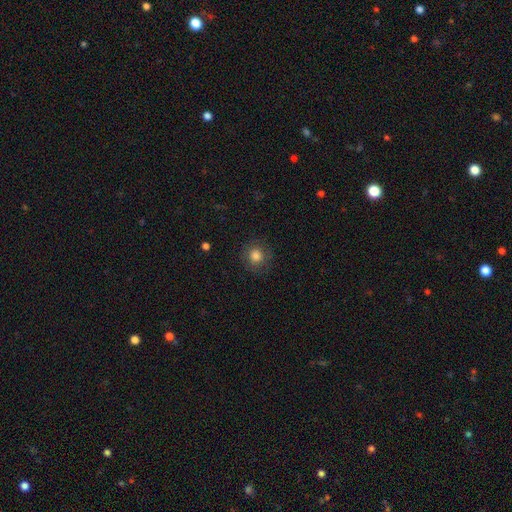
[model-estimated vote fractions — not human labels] smooth 81%, star or artifact 11%, featured or disk 8%. Down the decision tree: how rounded — round (90%); merging — none (85%).